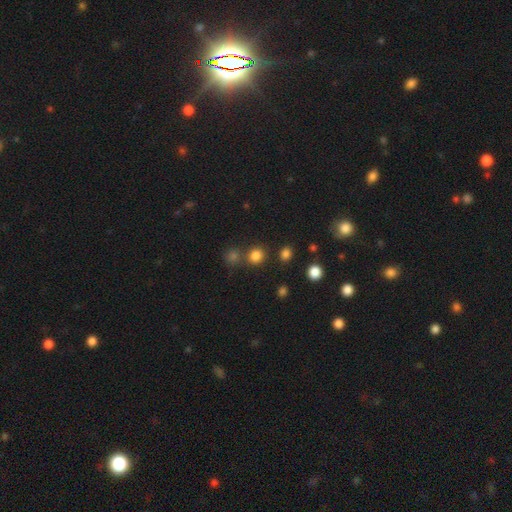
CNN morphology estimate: The model was most divided on "merging": none: 74%, merger: 15%, minor disturbance: 8%, major disturbance: 3%. More confident: how rounded — round (84%); smooth or featured — smooth (80%).